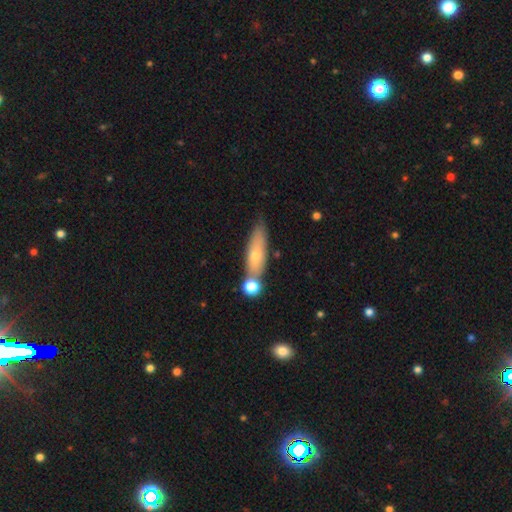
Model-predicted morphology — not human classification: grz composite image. It shows a smooth galaxy with no disk features (64%) that is cigar-shaped (59%). Merging: none (62%).